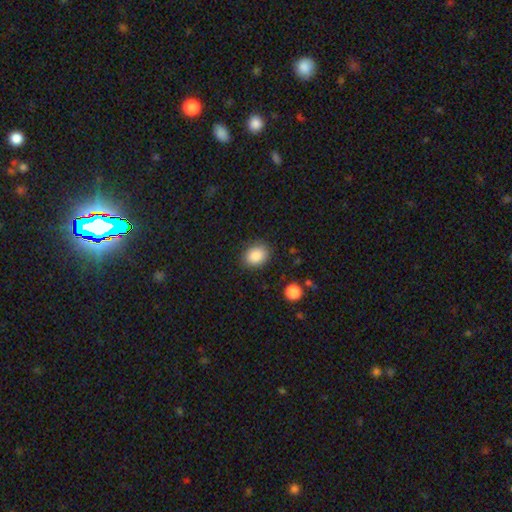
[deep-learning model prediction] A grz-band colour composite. It shows a smooth galaxy with no disk features (87%) that is in between round and cigar-shaped (58%). Merging: none (85%).